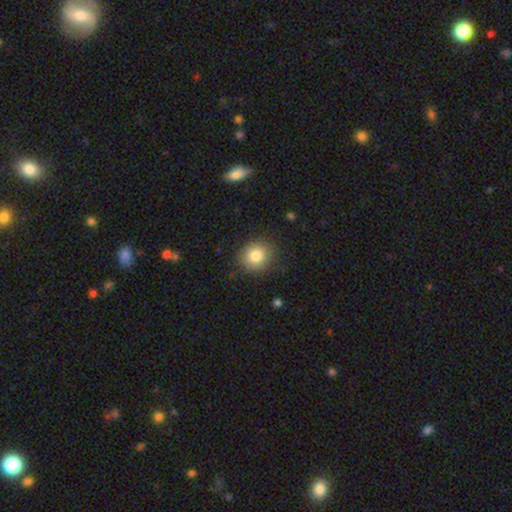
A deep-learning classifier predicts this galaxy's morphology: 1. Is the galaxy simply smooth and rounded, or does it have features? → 81% smooth, 10% star or artifact, 9% featured or disk.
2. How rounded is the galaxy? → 79% round, 20% in between, 1% cigar-shaped.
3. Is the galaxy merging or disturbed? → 85% none, 10% minor disturbance, 3% major disturbance, 1% merger.